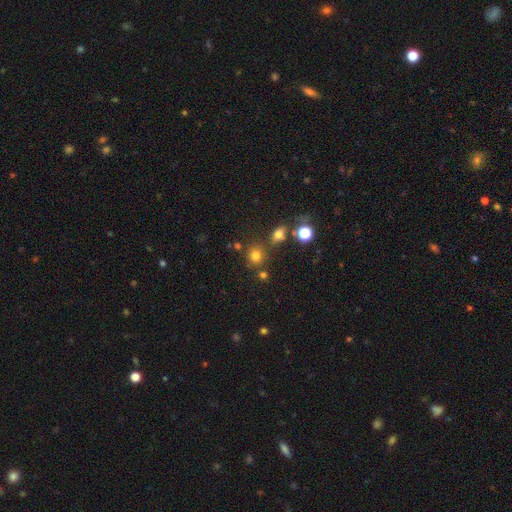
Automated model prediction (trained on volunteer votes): Q: Smooth or featured?
A: smooth (74%); runner-up: star or artifact (18%)
Q: How rounded?
A: round (84%); runner-up: in between (15%)
Q: Merging?
A: none (73%); runner-up: merger (12%)